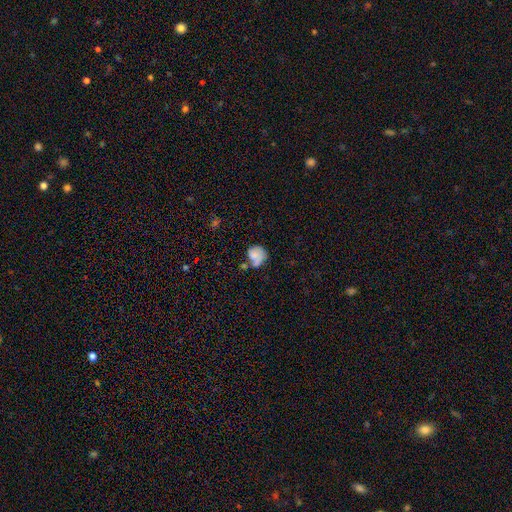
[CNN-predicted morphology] A smooth galaxy with no disk features (67%) that is round (68%).

Vote fractions:
- Smooth or featured? smooth: 67% / featured or disk: 24% / star or artifact: 9%
- How rounded? round: 68% / in between: 31% / cigar-shaped: 1%
- Merging? none: 37% / minor disturbance: 26% / merger: 21% / major disturbance: 16%